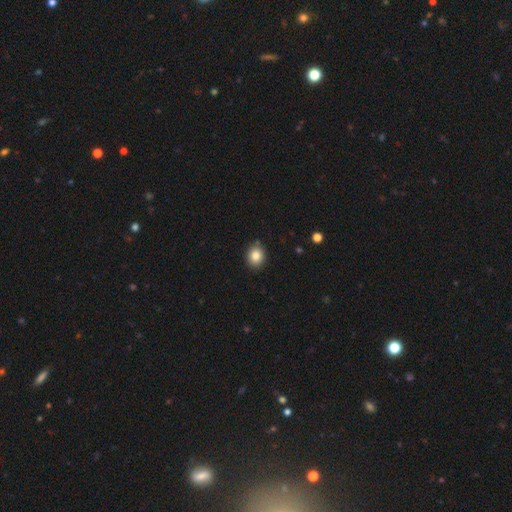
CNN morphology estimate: smooth-or-featured: smooth: 84% | star or artifact: 9% | featured or disk: 7%
  how-rounded: round: 63% | in between: 36% | cigar-shaped: 1%
  merging: none: 87% | minor disturbance: 10% | major disturbance: 2% | merger: 1%